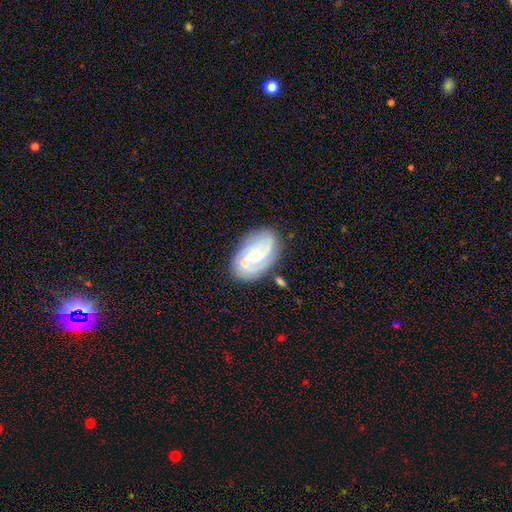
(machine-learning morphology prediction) smooth-or-featured: featured or disk: 70% | smooth: 24% | star or artifact: 6%
  disk-edge-on: no: 96% | yes: 4%
    bar: no: 65% | weak: 30% | strong: 5%
    has-spiral-arms: yes: 86% | no: 14%
      spiral-winding: medium: 42% | tight: 41% | loose: 17%
      spiral-arm-count: 2: 54% | can't tell: 21% | 3: 13% | 1: 7% | 4: 2% | more than 4: 2%
    bulge-size: small: 48% | moderate: 45% | large: 3% | none: 3% | dominant: 1%
  merging: none: 62% | minor disturbance: 18% | merger: 13% | major disturbance: 7%